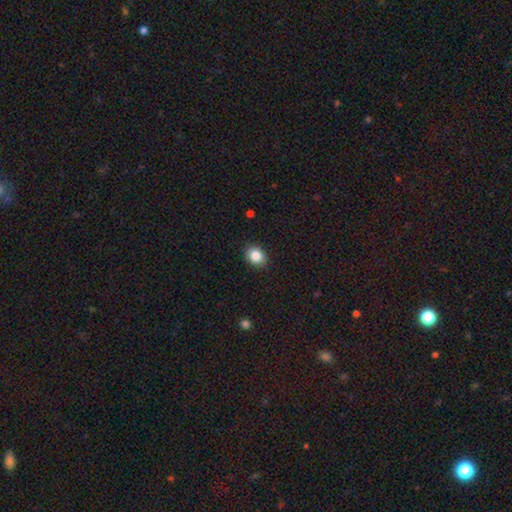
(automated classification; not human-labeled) Smooth or featured? smooth (85%)
How rounded? in between (54%)
Merging? none (89%)